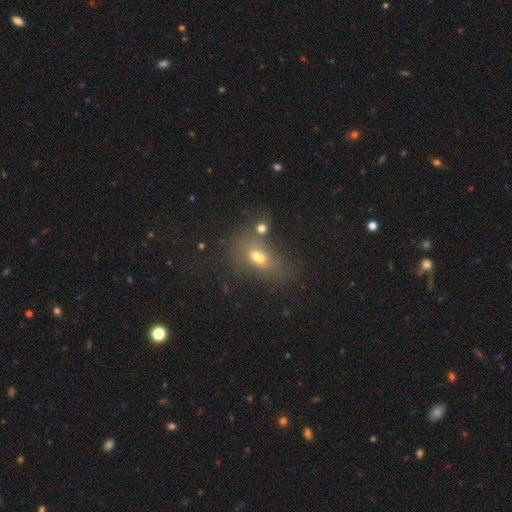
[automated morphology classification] This is possibly a smooth galaxy (53%). How rounded: likely in between (64%). Merging: possibly merger (56%).